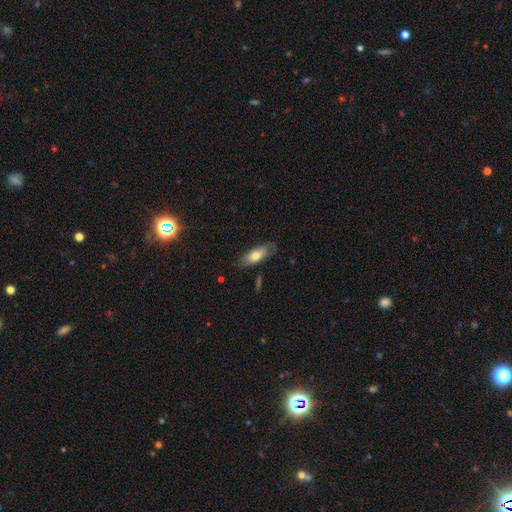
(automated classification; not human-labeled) smooth 67%, featured or disk 26%, star or artifact 7%. Down the decision tree: how rounded — in between (74%); merging — none (67%).